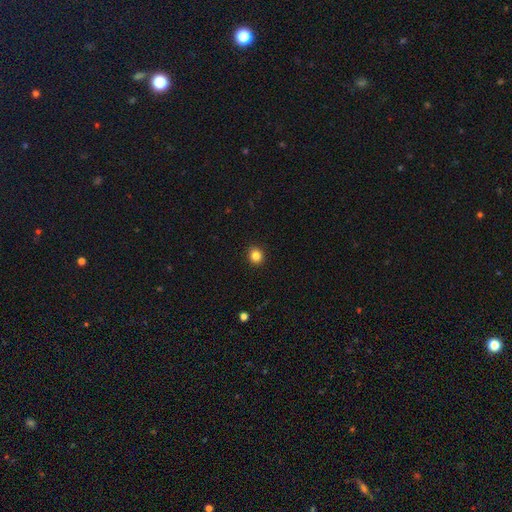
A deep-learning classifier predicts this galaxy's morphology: type=smooth (85%); roundness=round (84%); merging=none (92%).